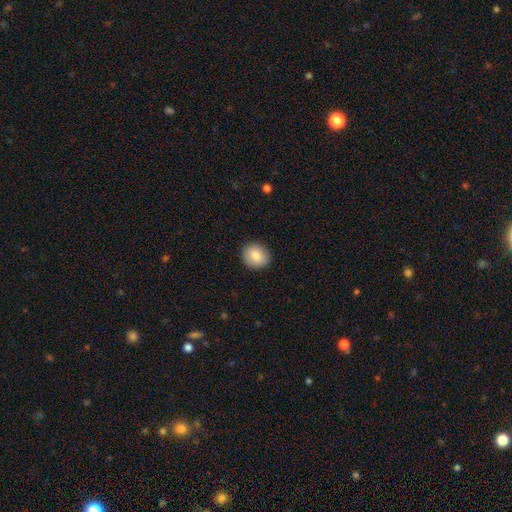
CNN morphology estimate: Q: Smooth or featured?
A: smooth (85%); runner-up: star or artifact (8%)
Q: How rounded?
A: round (79%); runner-up: in between (20%)
Q: Merging?
A: none (91%); runner-up: minor disturbance (6%)